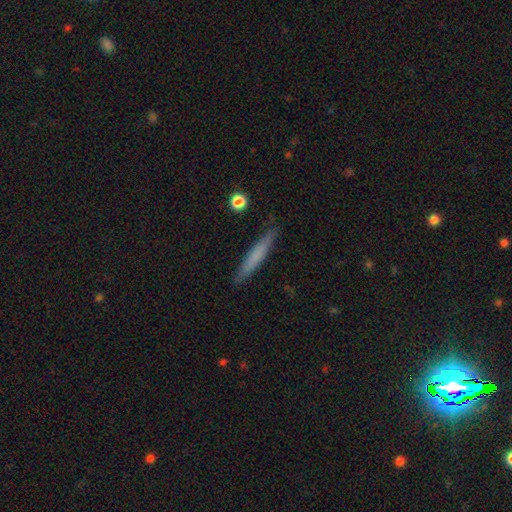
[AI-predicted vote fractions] This is likely a smooth galaxy (67%). How rounded: clearly cigar-shaped (95%). Merging: clearly none (89%).